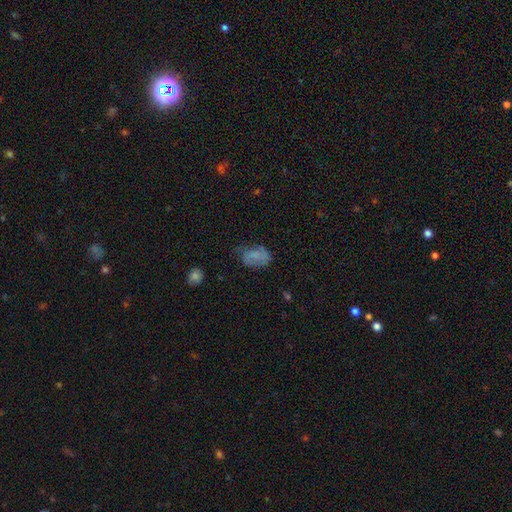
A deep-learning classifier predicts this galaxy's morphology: Smooth or featured? Predicted: smooth (p=0.57). How rounded? Predicted: in between (p=0.84). Merging? Predicted: none (p=0.49).